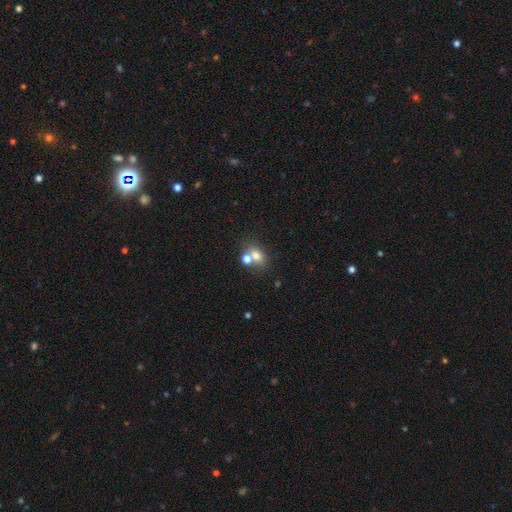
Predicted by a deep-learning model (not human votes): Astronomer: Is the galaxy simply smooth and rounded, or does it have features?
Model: smooth — 71%.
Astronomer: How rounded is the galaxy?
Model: in between — 55% (runner-up: round, 44%).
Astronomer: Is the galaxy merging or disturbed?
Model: none — 45% (runner-up: merger, 41%).